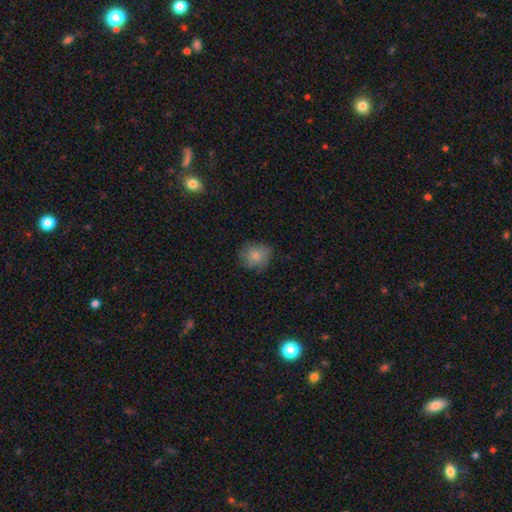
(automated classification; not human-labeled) Smooth or featured?
  - smooth: 81% *
  - featured or disk: 10%
  - star or artifact: 8%
How rounded?
  - round: 81% *
  - in between: 18%
  - cigar-shaped: 1%
Merging?
  - none: 78% *
  - minor disturbance: 17%
  - major disturbance: 4%
  - merger: 1%